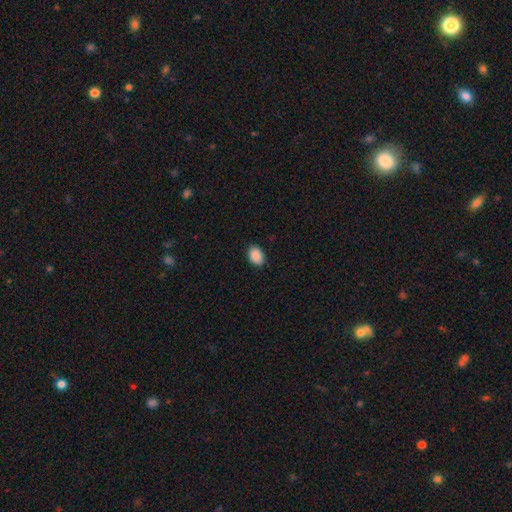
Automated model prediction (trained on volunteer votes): smooth-or-featured: smooth: 90% | star or artifact: 7% | featured or disk: 3%
  how-rounded: in between: 78% | round: 21% | cigar-shaped: 1%
  merging: none: 88% | minor disturbance: 9% | major disturbance: 2% | merger: 1%